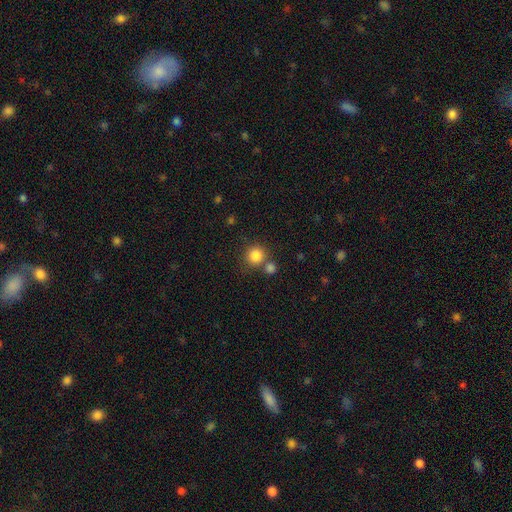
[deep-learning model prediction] Smooth or featured? smooth (84%)
How rounded? round (92%)
Merging? none (66%)